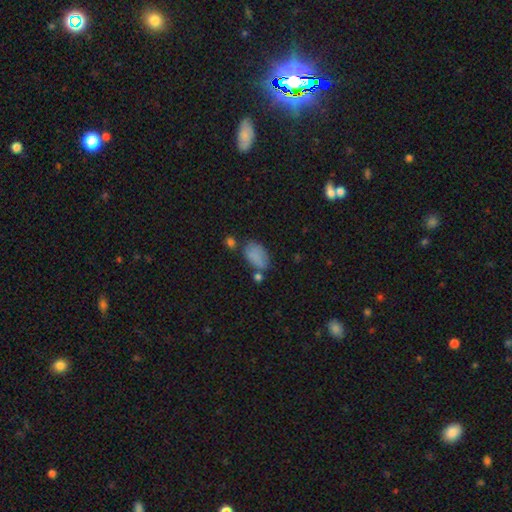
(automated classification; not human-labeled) smooth_or_featured: smooth (p=0.82) [alt: star or artifact p=0.10]
how_rounded: in between (p=0.91) [alt: round p=0.07]
merging: none (p=0.54) [alt: minor disturbance p=0.24]